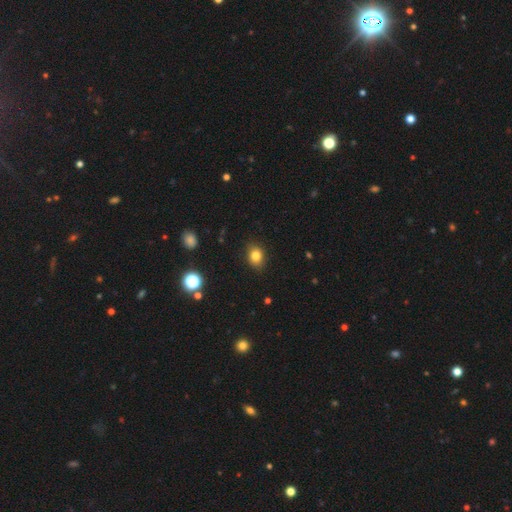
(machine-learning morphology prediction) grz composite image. It shows a smooth galaxy with no disk features (82%) that is in between round and cigar-shaped (53%). Merging: none (86%).